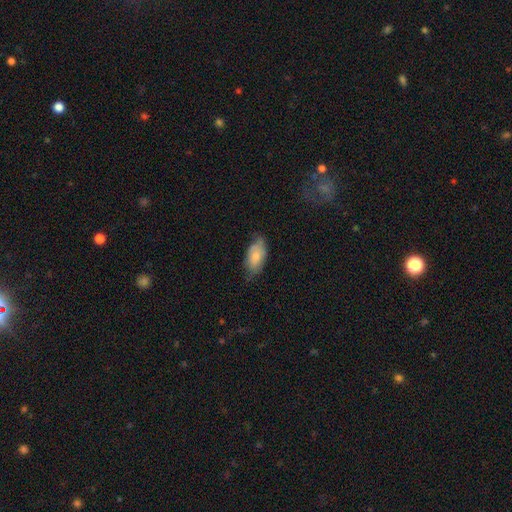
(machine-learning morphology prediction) Smooth or featured?
  - smooth: 74% *
  - featured or disk: 20%
  - star or artifact: 6%
How rounded?
  - in between: 93% *
  - cigar-shaped: 4%
  - round: 3%
Merging?
  - none: 59% *
  - minor disturbance: 32%
  - major disturbance: 7%
  - merger: 2%